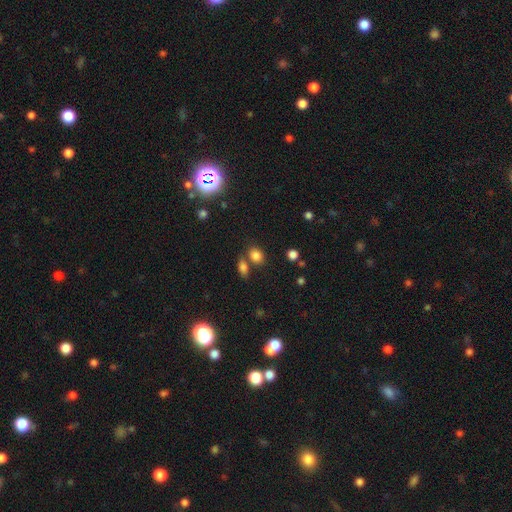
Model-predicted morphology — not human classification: Smooth or featured? smooth (81%)
How rounded? in between (56%)
Merging? none (62%)